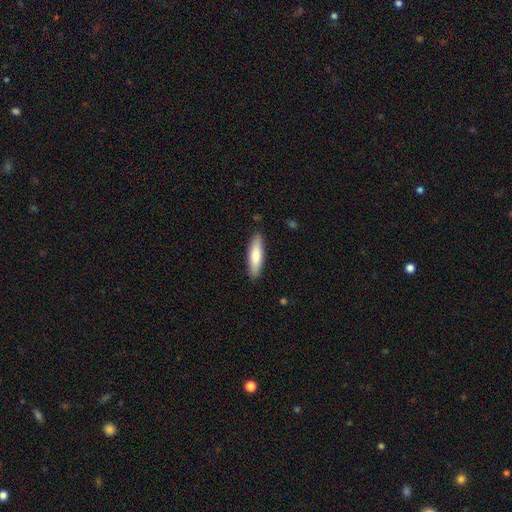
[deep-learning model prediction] Overall: smooth (76%). How rounded: cigar-shaped (68%; in between 30%). Merging: none (89%).